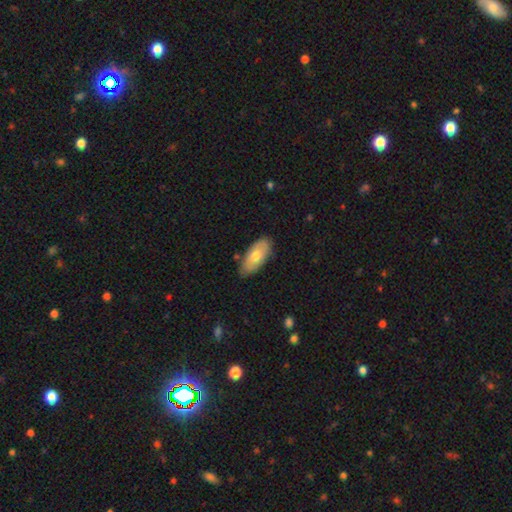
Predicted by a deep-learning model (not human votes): Overall: smooth (65%; featured or disk 30%). How rounded: in between (90%). Merging: none (81%).